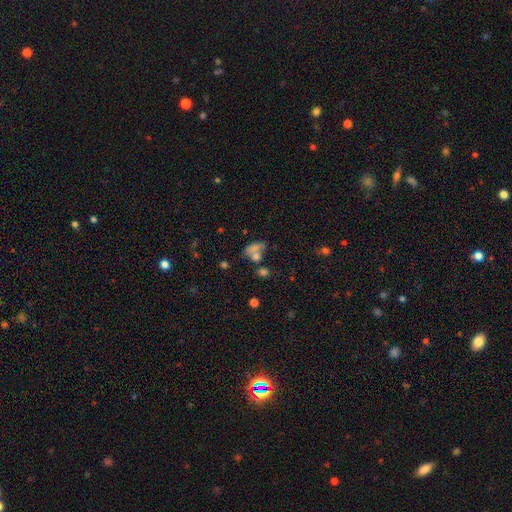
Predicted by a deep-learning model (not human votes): Q: Smooth or featured?
A: smooth (66%); runner-up: featured or disk (19%)
Q: How rounded?
A: in between (71%); runner-up: round (25%)
Q: Merging?
A: merger (42%); runner-up: none (31%)